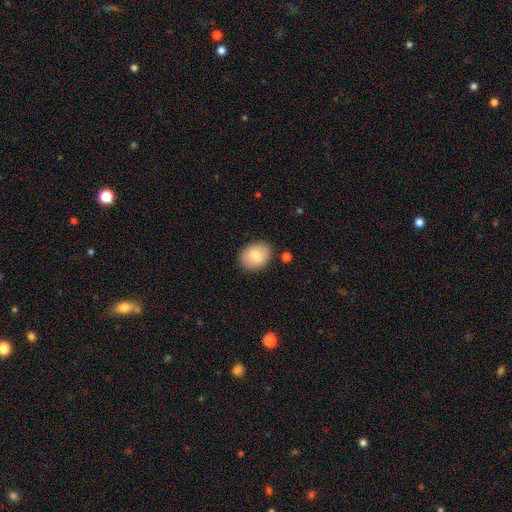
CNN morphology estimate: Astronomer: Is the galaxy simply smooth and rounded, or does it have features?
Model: smooth — 80%.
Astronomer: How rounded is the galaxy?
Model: in between — 64%.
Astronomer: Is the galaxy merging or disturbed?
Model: none — 84%.